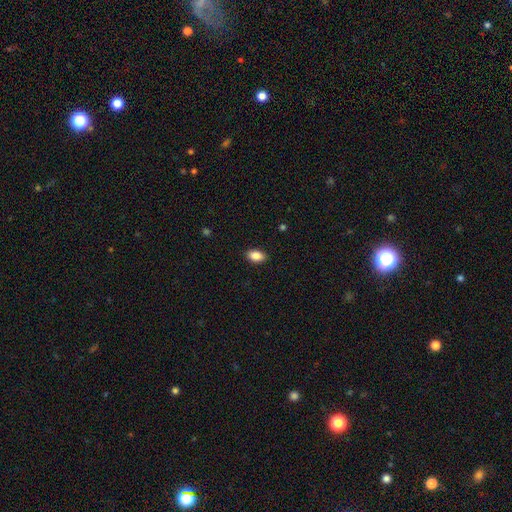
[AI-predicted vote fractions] This appears to be a smooth galaxy with no disk features (87%) that is in between round and cigar-shaped (91%). Merging: none (89%).